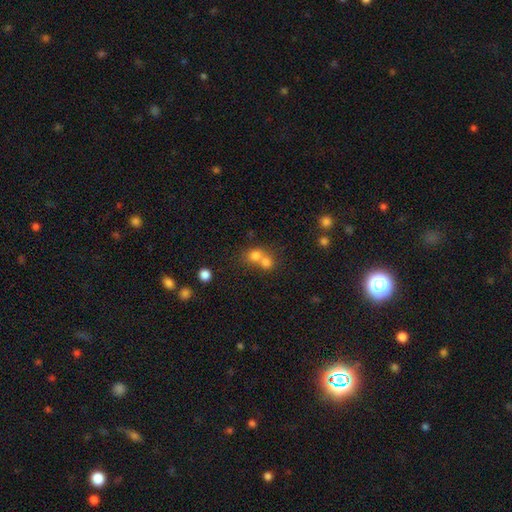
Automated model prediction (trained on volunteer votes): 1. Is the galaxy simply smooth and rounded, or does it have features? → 74% smooth, 13% star or artifact, 12% featured or disk.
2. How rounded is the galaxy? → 75% round, 24% in between, 1% cigar-shaped.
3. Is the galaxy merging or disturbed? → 62% merger, 30% none, 5% minor disturbance, 3% major disturbance.